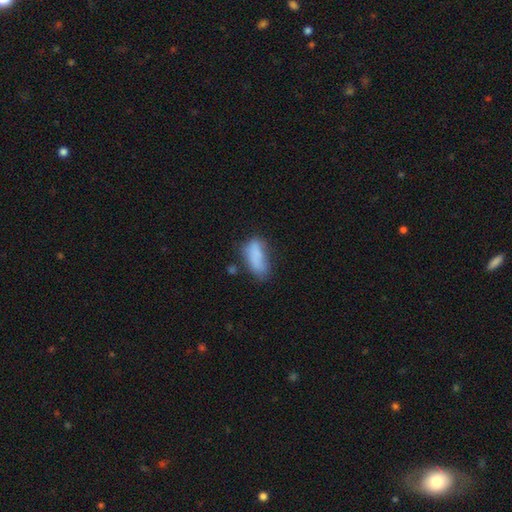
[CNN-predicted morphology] Smooth or featured?
  - smooth: 77% *
  - featured or disk: 13%
  - star or artifact: 9%
How rounded?
  - in between: 80% *
  - cigar-shaped: 17%
  - round: 3%
Merging?
  - none: 43% *
  - minor disturbance: 31%
  - major disturbance: 17%
  - merger: 9%